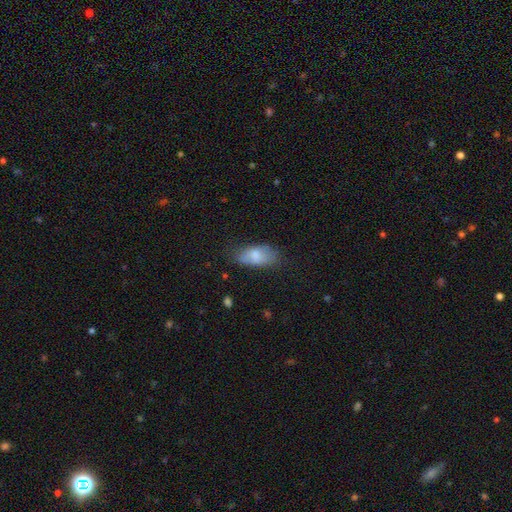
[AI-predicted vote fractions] A smooth galaxy with no disk features (77%) that is in between round and cigar-shaped (91%).

Vote fractions:
- Smooth or featured? smooth: 77% / featured or disk: 16% / star or artifact: 7%
- How rounded? in between: 91% / cigar-shaped: 5% / round: 4%
- Merging? none: 62% / minor disturbance: 27% / major disturbance: 9% / merger: 2%